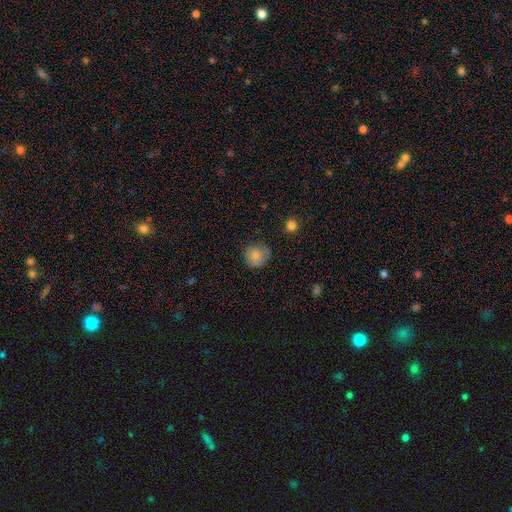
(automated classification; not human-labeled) A smooth galaxy with no disk features (83%) that is round (89%). Merging: none (71%).